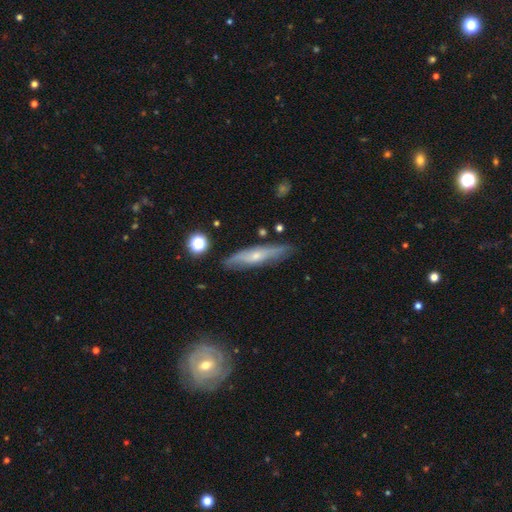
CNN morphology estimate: Smooth or featured? featured or disk (53%)
Edge-on disk? yes (74%)
Merging? none (82%)